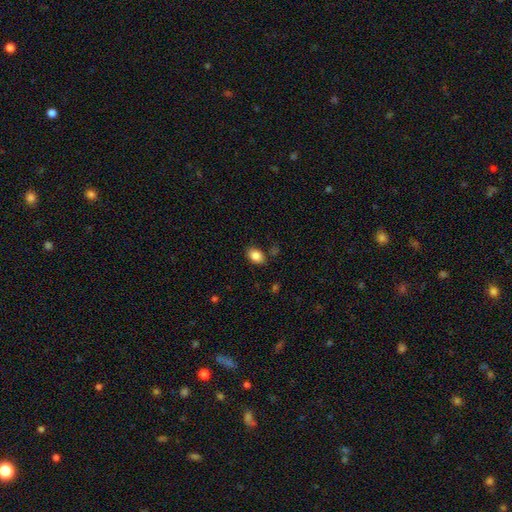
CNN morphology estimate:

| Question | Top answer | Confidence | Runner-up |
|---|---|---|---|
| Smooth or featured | smooth | 86% | star or artifact (9%) |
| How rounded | in between | 83% | round (16%) |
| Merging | none | 81% | minor disturbance (13%) |